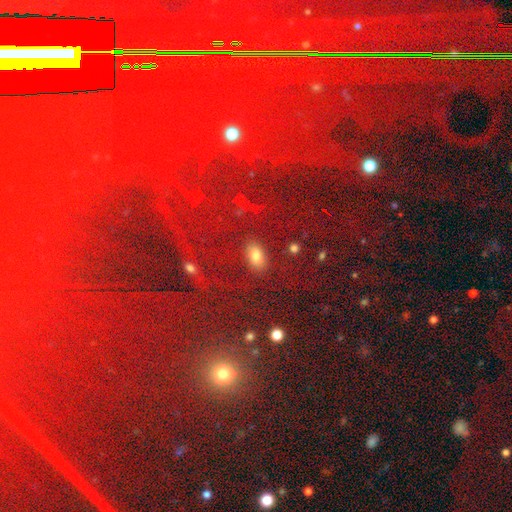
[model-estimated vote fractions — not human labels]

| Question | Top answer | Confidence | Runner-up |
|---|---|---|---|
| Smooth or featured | smooth | 70% | star or artifact (20%) |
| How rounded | in between | 85% | round (11%) |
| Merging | none | 82% | minor disturbance (10%) |